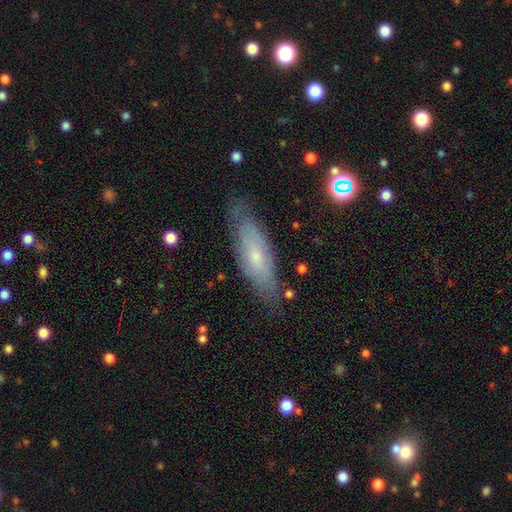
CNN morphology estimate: A smooth galaxy with no disk features (47%). Merging: none (75%).